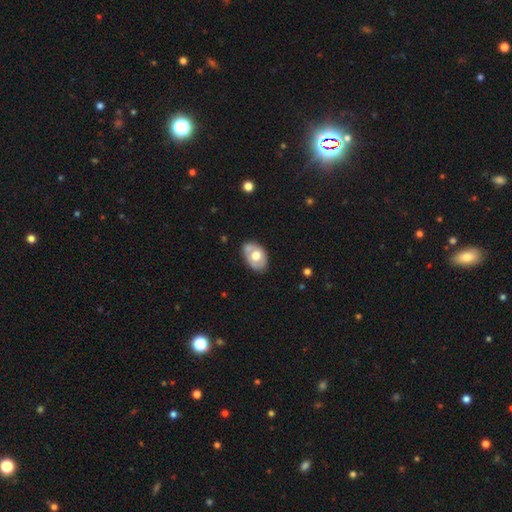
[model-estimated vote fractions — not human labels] Smooth or featured? smooth (57%)
How rounded? in between (84%)
Merging? none (66%)